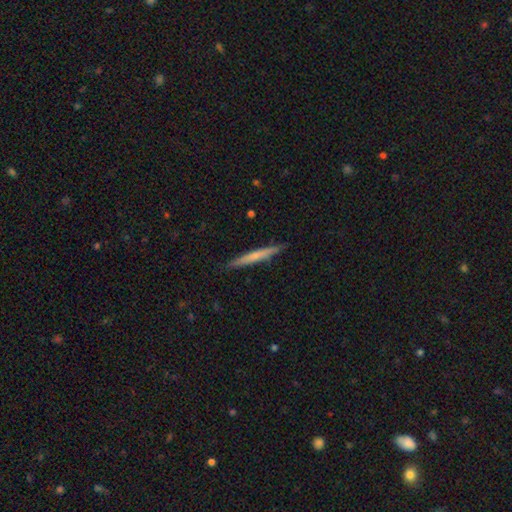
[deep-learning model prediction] Q: Smooth or featured?
A: smooth (57%); runner-up: featured or disk (37%)
Q: How rounded?
A: cigar-shaped (96%); runner-up: in between (3%)
Q: Merging?
A: none (90%); runner-up: minor disturbance (8%)